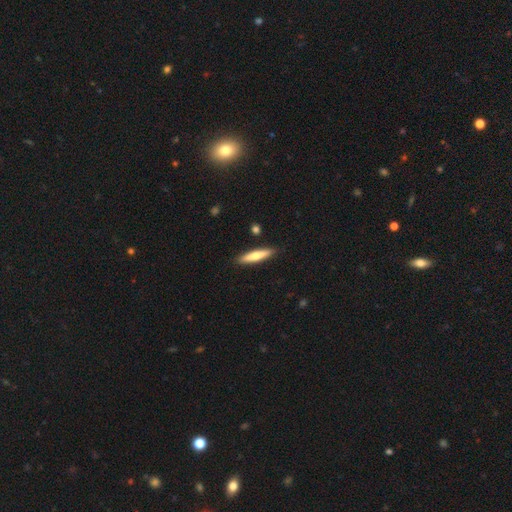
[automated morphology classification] Smooth or featured? Predicted: smooth (p=0.63). How rounded? Predicted: cigar-shaped (p=0.85). Merging? Predicted: none (p=0.89).